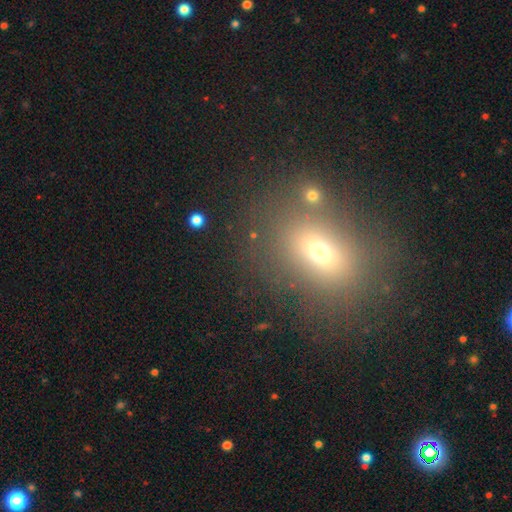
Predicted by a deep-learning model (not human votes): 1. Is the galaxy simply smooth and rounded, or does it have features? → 59% smooth, 26% star or artifact, 16% featured or disk.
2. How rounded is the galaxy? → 59% in between, 38% round, 3% cigar-shaped.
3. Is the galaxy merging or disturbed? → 72% none, 12% minor disturbance, 8% merger, 7% major disturbance.